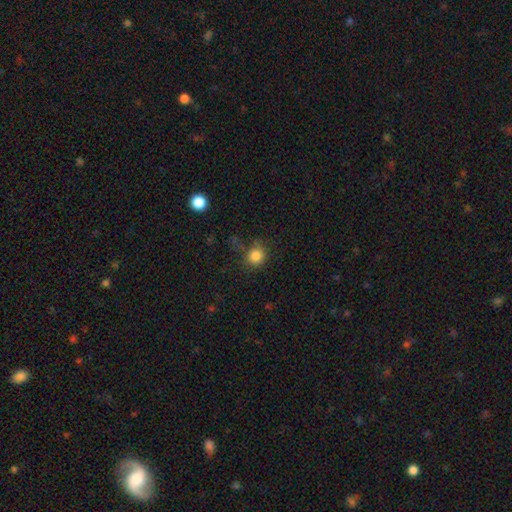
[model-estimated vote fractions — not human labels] Smooth or featured?
  - smooth: 84% *
  - star or artifact: 11%
  - featured or disk: 5%
How rounded?
  - round: 84% *
  - in between: 15%
  - cigar-shaped: 1%
Merging?
  - none: 73% *
  - minor disturbance: 17%
  - major disturbance: 7%
  - merger: 4%